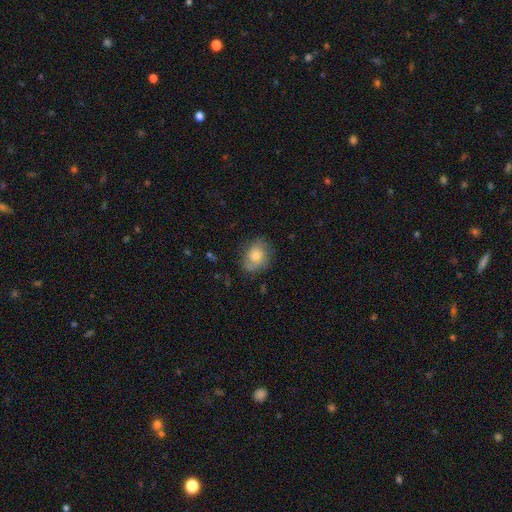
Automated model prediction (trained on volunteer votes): The model was most divided on "how rounded": in between: 54%, round: 45%, cigar-shaped: 1%. More confident: merging — none (73%); smooth or featured — smooth (55%).